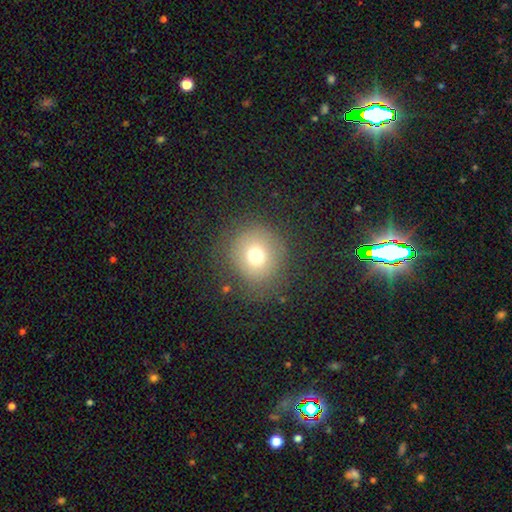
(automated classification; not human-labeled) Smooth or featured? Predicted: smooth (p=0.71). How rounded? Predicted: round (p=0.88). Merging? Predicted: none (p=0.82).